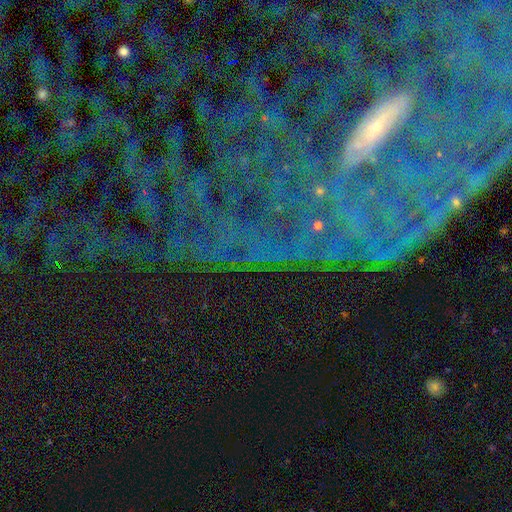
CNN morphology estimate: A star or artifact, not a galaxy (52%).

Vote fractions:
- Smooth or featured? star or artifact: 52% / featured or disk: 34% / smooth: 13%